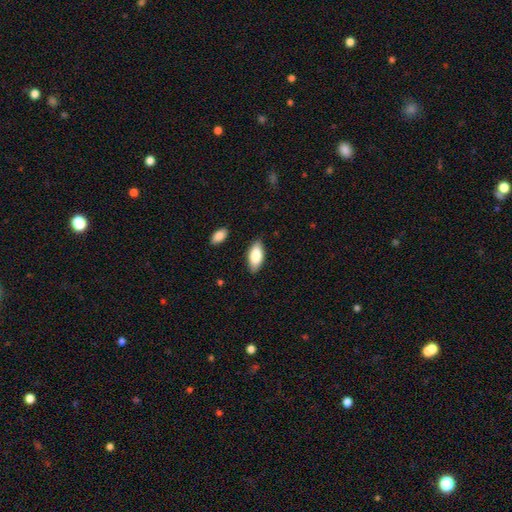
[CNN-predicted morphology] Q: Smooth or featured?
A: smooth (81%); runner-up: featured or disk (13%)
Q: How rounded?
A: in between (89%); runner-up: cigar-shaped (8%)
Q: Merging?
A: none (85%); runner-up: minor disturbance (12%)